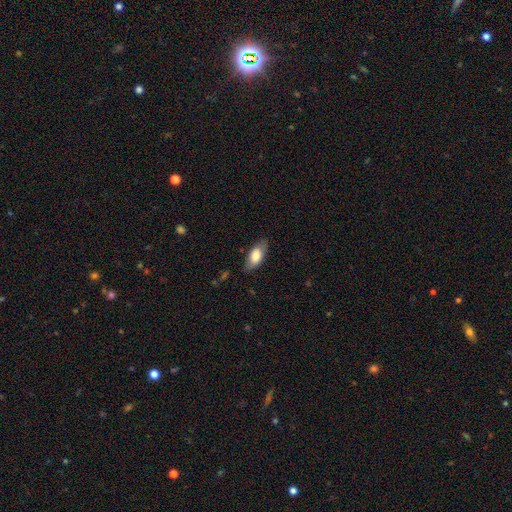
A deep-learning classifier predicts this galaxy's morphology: Smooth or featured? smooth (73%)
How rounded? in between (87%)
Merging? none (81%)